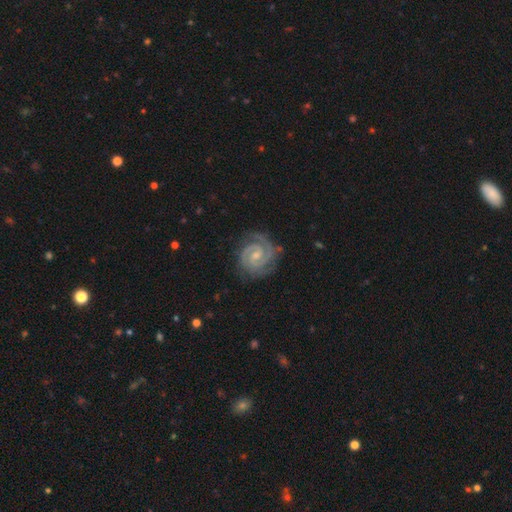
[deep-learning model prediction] A featured or disk galaxy (93%) with a weak bar (45%), 2 (82%) tight (75%) spiral arms (99%) and a small central bulge (60%).

Vote fractions:
- Smooth or featured? featured or disk: 93% / star or artifact: 4% / smooth: 3%
- Edge-on disk? no: 98% / yes: 2%
- Bar? weak: 45% / no: 42% / strong: 14%
- Spiral arms? yes: 99% / no: 1%
- Spiral winding? tight: 75% / medium: 23% / loose: 2%
- Spiral arm count? 2: 82% / 3: 10% / can't tell: 3% / 4: 2% / 1: 2% / more than 4: 2%
- Bulge size? small: 60% / moderate: 32% / none: 6% / large: 1% / dominant: 1%
- Merging? none: 80% / minor disturbance: 14% / major disturbance: 4% / merger: 1%